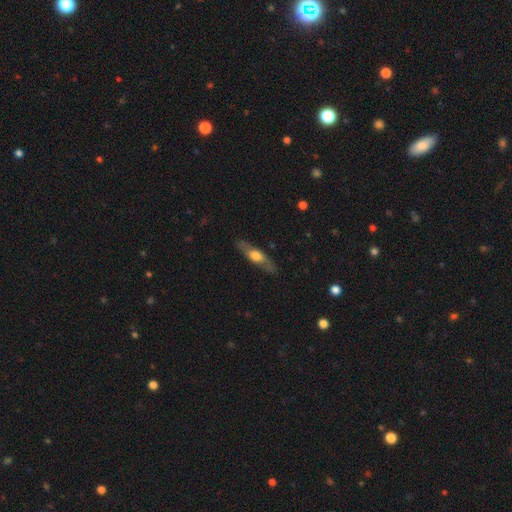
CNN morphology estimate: smooth-or-featured: featured or disk: 51% | smooth: 43% | star or artifact: 5%
  disk-edge-on: yes: 64% | no: 36%
  merging: none: 83% | minor disturbance: 13% | major disturbance: 3% | merger: 1%